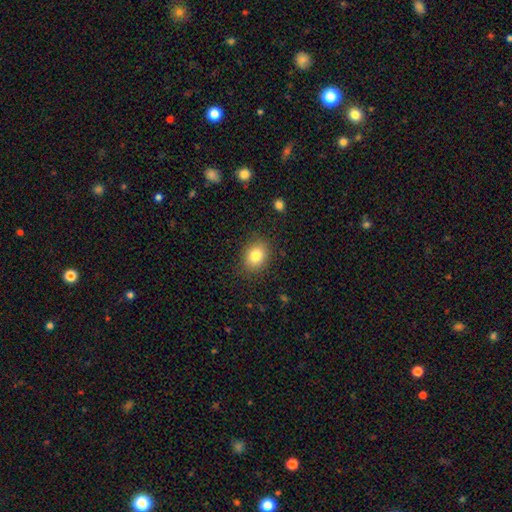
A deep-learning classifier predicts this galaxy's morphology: smooth 82%, star or artifact 10%, featured or disk 8%. Down the decision tree: how rounded — in between (52%); merging — none (87%).